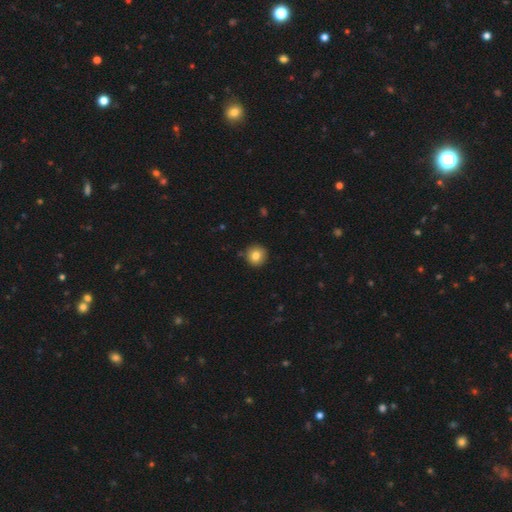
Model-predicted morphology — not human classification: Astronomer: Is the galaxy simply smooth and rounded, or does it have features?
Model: smooth — 81%.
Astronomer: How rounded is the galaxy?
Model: round — 95%.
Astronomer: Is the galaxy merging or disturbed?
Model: none — 90%.